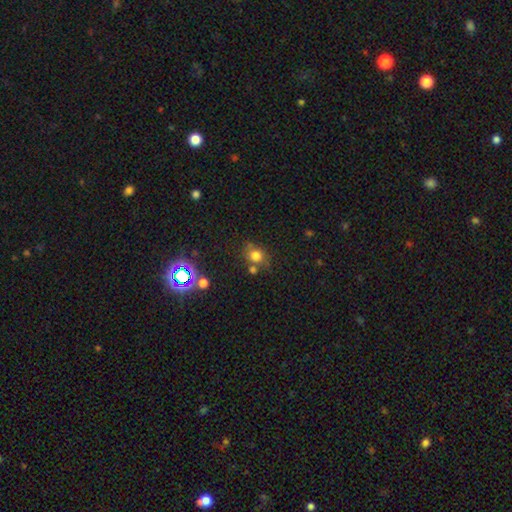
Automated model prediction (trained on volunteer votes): A smooth galaxy with no disk features (75%) that is round (75%).

Vote fractions:
- Smooth or featured? smooth: 75% / star or artifact: 16% / featured or disk: 9%
- How rounded? round: 75% / in between: 24% / cigar-shaped: 1%
- Merging? none: 64% / minor disturbance: 16% / merger: 15% / major disturbance: 6%